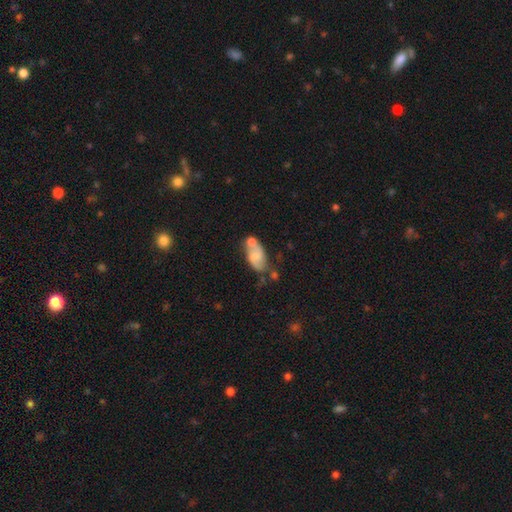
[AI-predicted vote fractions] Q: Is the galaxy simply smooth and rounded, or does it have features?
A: smooth — 50%.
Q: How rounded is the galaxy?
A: in between — 89%.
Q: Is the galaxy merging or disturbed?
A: none — 35%.